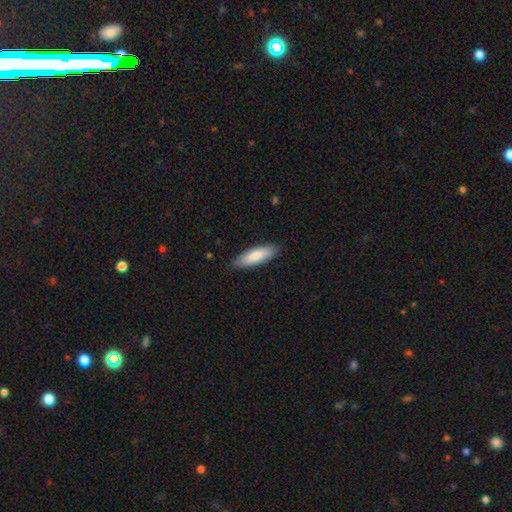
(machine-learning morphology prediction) Smooth or featured: smooth — 83% (featured or disk — 12%)
How rounded: cigar-shaped — 51% (in between — 48%)
Merging: none — 86% (minor disturbance — 11%)